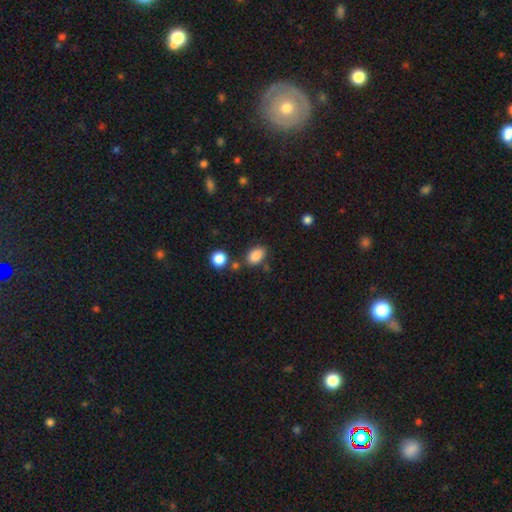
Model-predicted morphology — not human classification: smooth 86%, star or artifact 9%, featured or disk 5%. Down the decision tree: how rounded — in between (86%); merging — none (75%).